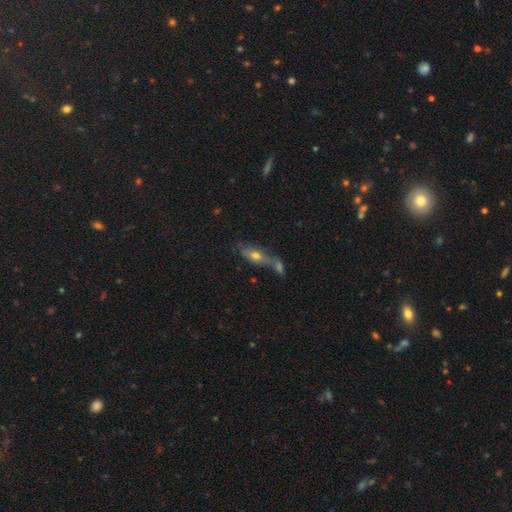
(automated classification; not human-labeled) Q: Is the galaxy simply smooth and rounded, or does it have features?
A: smooth — 52%.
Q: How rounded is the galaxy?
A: in between — 64%.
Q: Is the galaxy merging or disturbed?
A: merger — 47%.